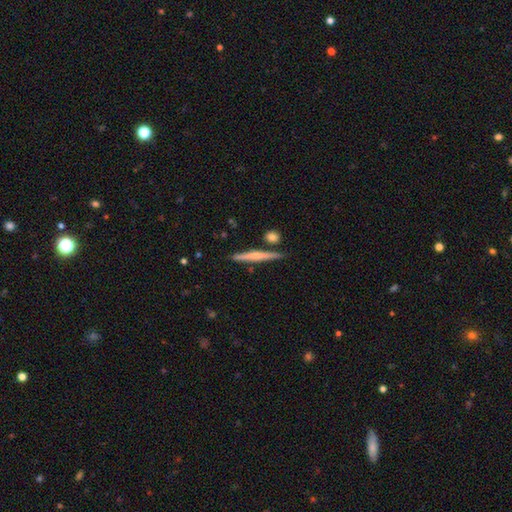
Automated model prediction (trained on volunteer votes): Smooth or featured: featured or disk — 50% (smooth — 44%)
Edge-on disk: yes — 97% (no — 3%)
Merging: none — 84% (minor disturbance — 9%)